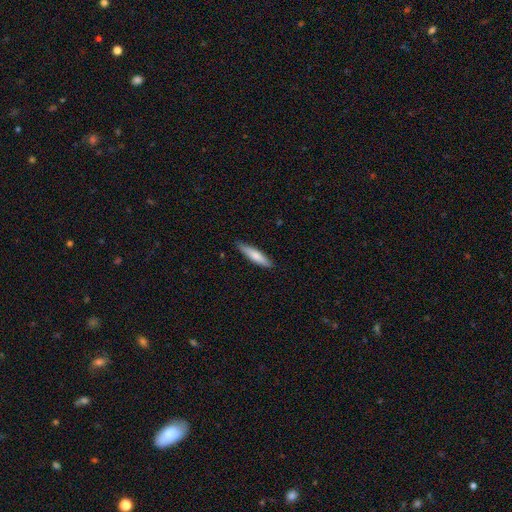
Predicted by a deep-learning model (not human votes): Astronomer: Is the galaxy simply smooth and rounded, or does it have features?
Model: smooth — 74%.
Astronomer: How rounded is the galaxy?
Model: cigar-shaped — 80%.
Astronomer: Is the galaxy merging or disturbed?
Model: none — 86%.